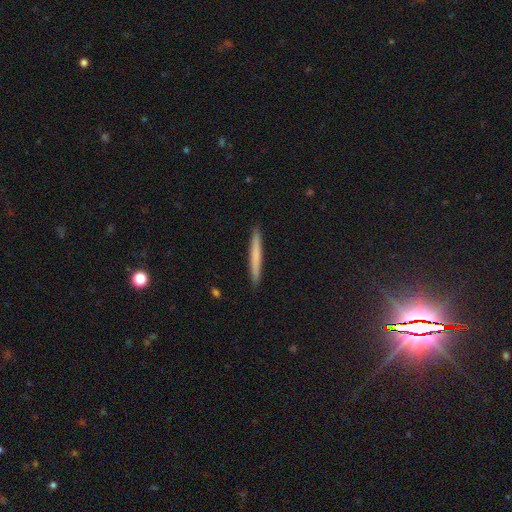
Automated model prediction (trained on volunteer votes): Overall: smooth (67%). How rounded: cigar-shaped (97%). Merging: none (92%).